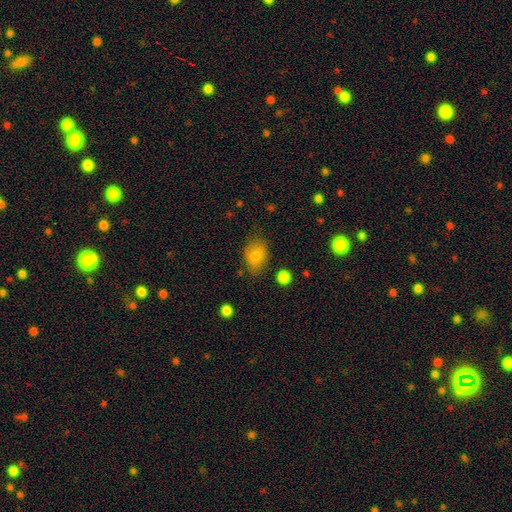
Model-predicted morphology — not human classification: Smooth or featured? smooth (79%)
How rounded? in between (65%)
Merging? none (73%)